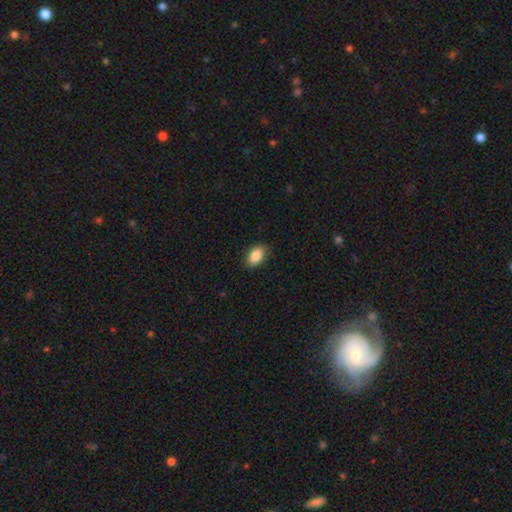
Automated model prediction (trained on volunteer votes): Morphology: type=smooth (87%); roundness=in between (89%); merging=none (85%).